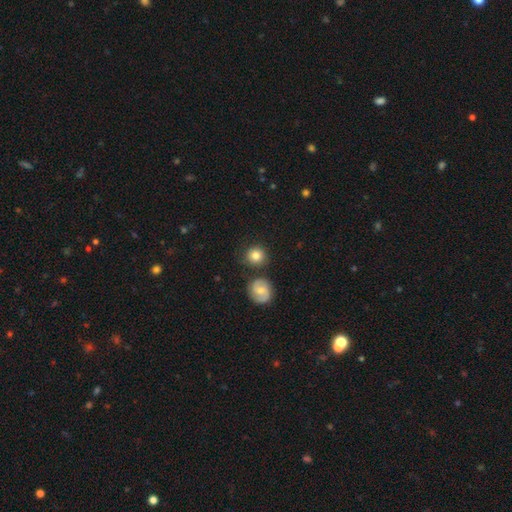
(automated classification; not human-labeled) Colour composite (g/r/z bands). It shows a smooth galaxy with no disk features (80%) that is round (91%). Merging: none (80%).